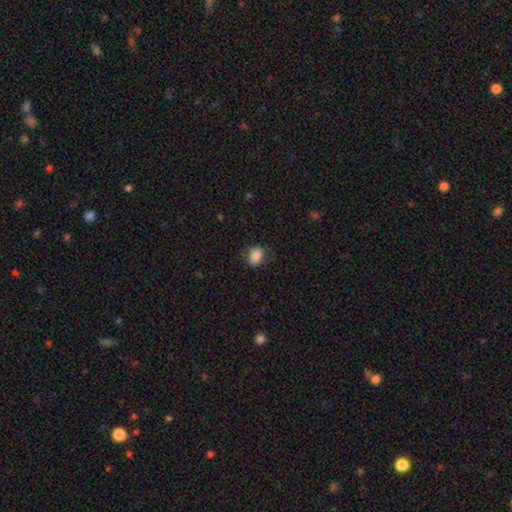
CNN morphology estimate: smooth_or_featured: smooth (p=0.84) [alt: star or artifact p=0.08]
how_rounded: in between (p=0.67) [alt: round p=0.32]
merging: none (p=0.76) [alt: minor disturbance p=0.18]